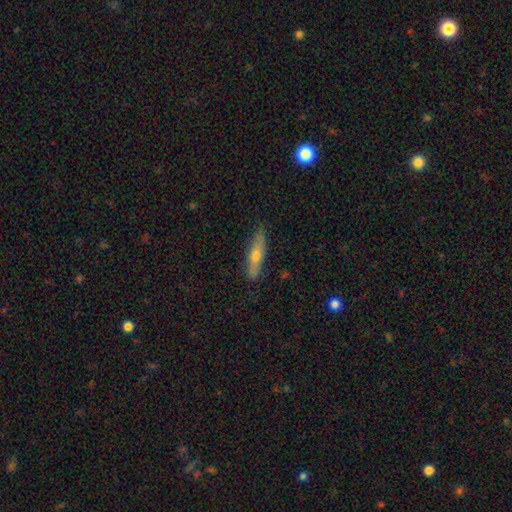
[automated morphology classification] This appears to be a smooth galaxy with no disk features (51%) that is cigar-shaped (82%). Merging: none (84%).